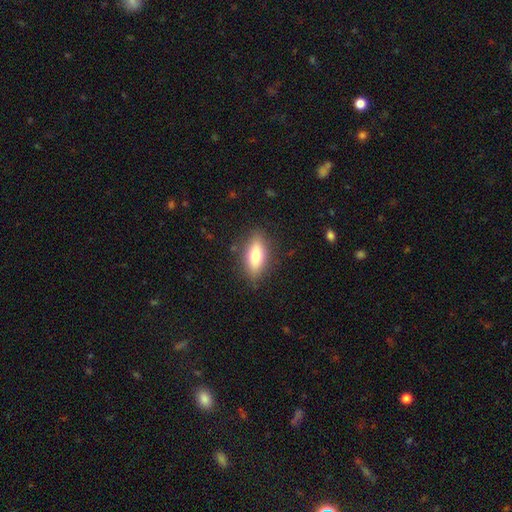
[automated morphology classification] Smooth or featured? smooth (68%)
How rounded? in between (73%)
Merging? none (85%)